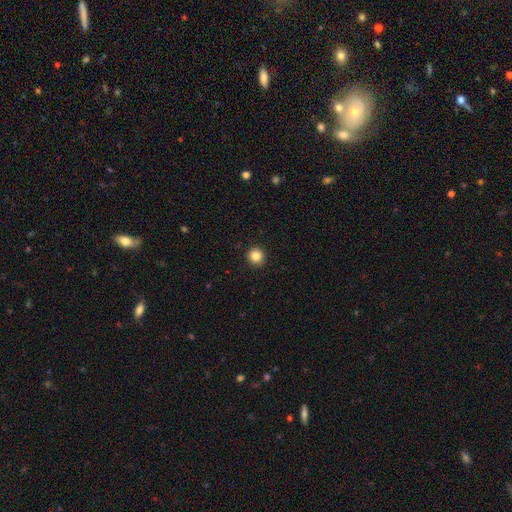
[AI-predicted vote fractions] Smooth or featured? Predicted: smooth (p=0.85). How rounded? Predicted: round (p=0.94). Merging? Predicted: none (p=0.93).